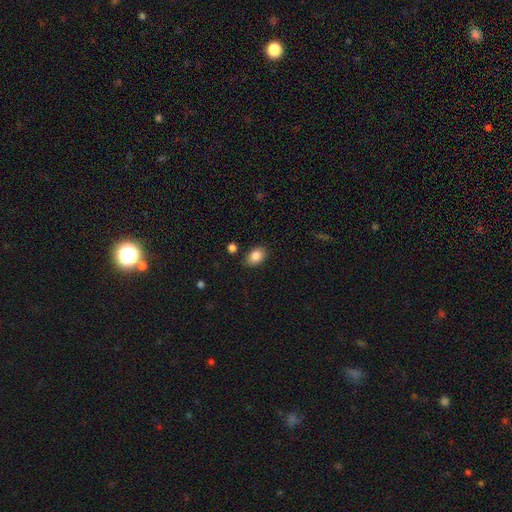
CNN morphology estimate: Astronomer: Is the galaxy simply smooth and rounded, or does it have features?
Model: smooth — 86%.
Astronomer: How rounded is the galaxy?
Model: in between — 80%.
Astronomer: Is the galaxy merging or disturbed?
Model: none — 82%.